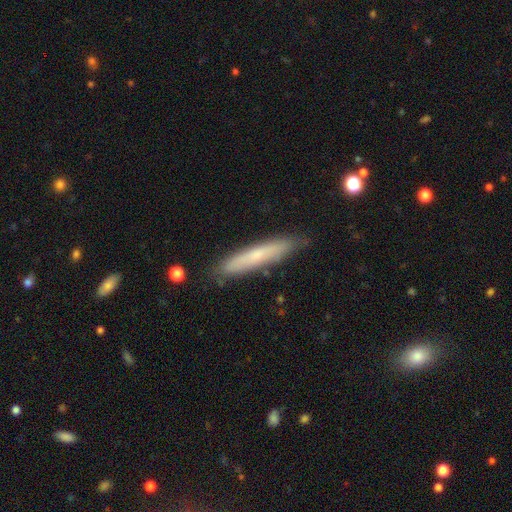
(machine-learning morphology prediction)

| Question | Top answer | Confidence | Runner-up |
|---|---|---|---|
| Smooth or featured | smooth | 59% | featured or disk (35%) |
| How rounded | cigar-shaped | 92% | in between (6%) |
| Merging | none | 83% | minor disturbance (13%) |